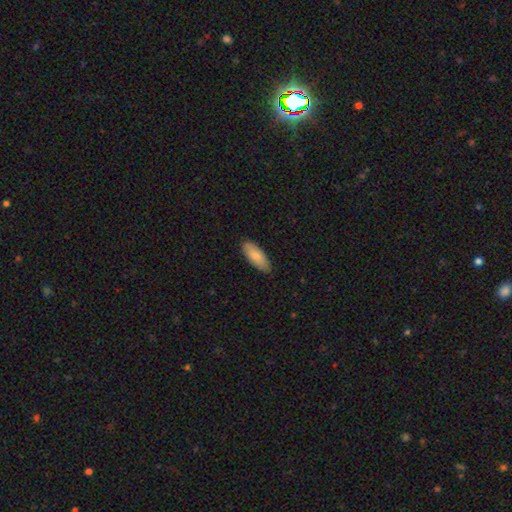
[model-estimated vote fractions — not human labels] Overall: smooth (82%). How rounded: in between (80%). Merging: none (85%).